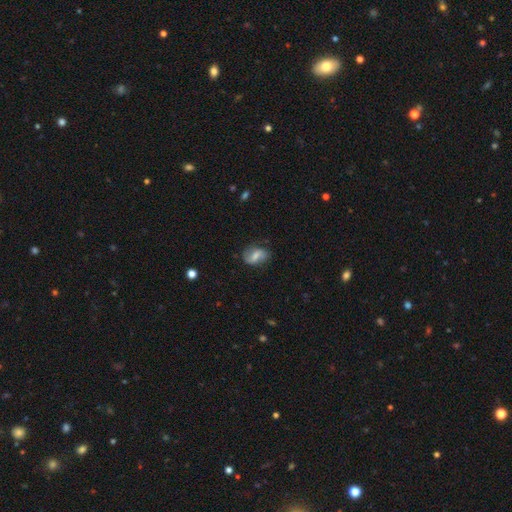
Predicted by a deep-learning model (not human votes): smooth-or-featured: featured or disk: 55% | smooth: 37% | star or artifact: 8%
  disk-edge-on: no: 96% | yes: 4%
    bar: weak: 46% | strong: 28% | no: 26%
    has-spiral-arms: yes: 84% | no: 16%
    bulge-size: moderate: 44% | small: 39% | none: 10% | large: 5% | dominant: 1%
  merging: none: 70% | minor disturbance: 21% | major disturbance: 8% | merger: 2%